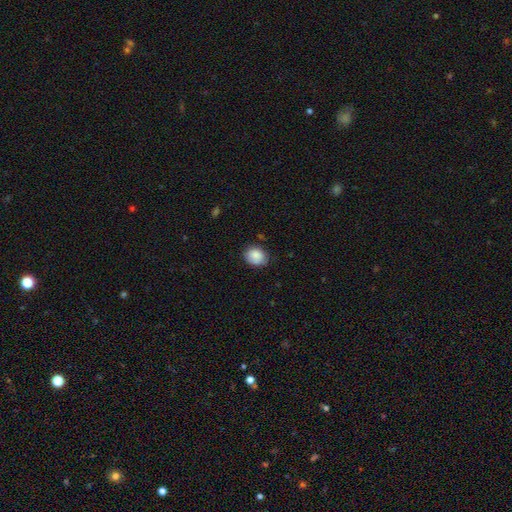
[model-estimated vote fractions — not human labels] This is clearly a smooth galaxy (85%). How rounded: possibly round (53%). Merging: likely none (72%).